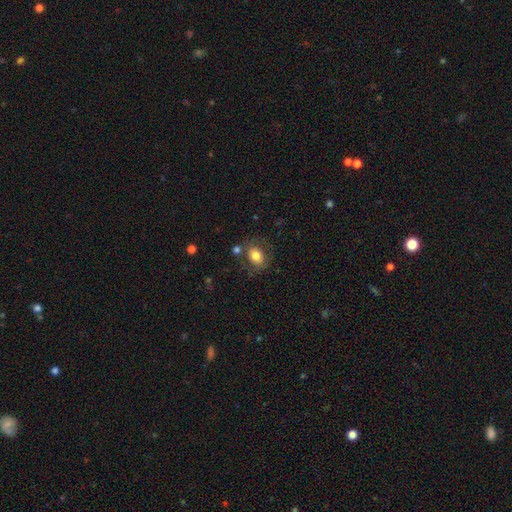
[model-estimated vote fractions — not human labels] A smooth galaxy with no disk features (77%) that is in between round and cigar-shaped (73%).

Vote fractions:
- Smooth or featured? smooth: 77% / featured or disk: 14% / star or artifact: 9%
- How rounded? in between: 73% / round: 25% / cigar-shaped: 1%
- Merging? none: 71% / minor disturbance: 15% / merger: 8% / major disturbance: 6%